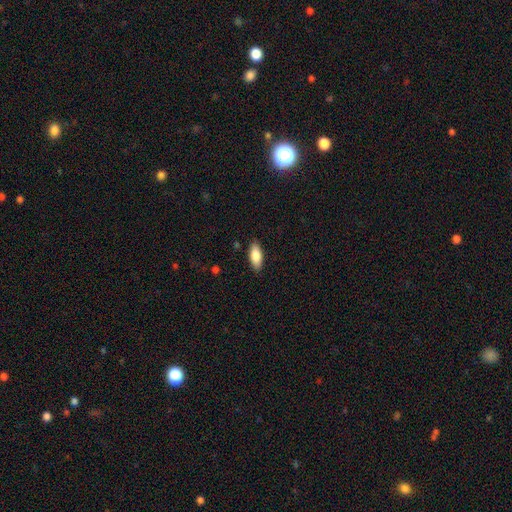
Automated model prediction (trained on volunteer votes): A smooth galaxy with no disk features (83%) that is in between round and cigar-shaped (81%).

Vote fractions:
- Smooth or featured? smooth: 83% / featured or disk: 11% / star or artifact: 6%
- How rounded? in between: 81% / cigar-shaped: 17% / round: 2%
- Merging? none: 88% / minor disturbance: 9% / major disturbance: 2% / merger: 1%